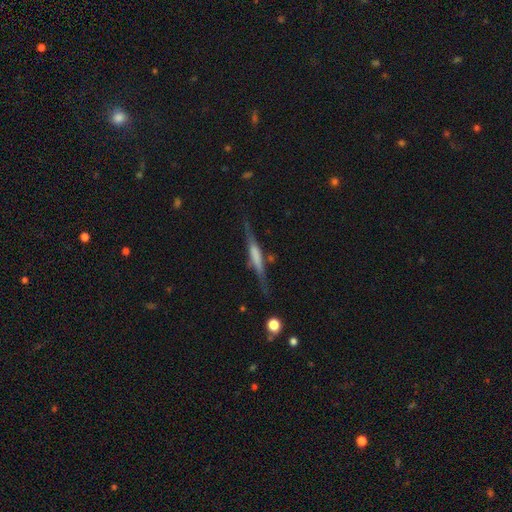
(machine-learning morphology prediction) Smooth or featured?
  - featured or disk: 62% *
  - smooth: 32%
  - star or artifact: 6%
Edge-on disk?
  - yes: 95% *
  - no: 5%
Edge-on bulge?
  - boxy: 45% *
  - rounded: 28%
  - none: 27%
Merging?
  - none: 76% *
  - minor disturbance: 16%
  - major disturbance: 5%
  - merger: 3%